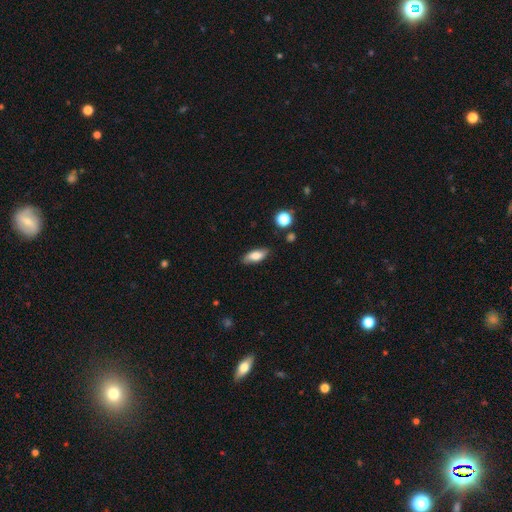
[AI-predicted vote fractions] smooth_or_featured: smooth (p=0.75) [alt: featured or disk p=0.17]
how_rounded: in between (p=0.79) [alt: cigar-shaped p=0.17]
merging: none (p=0.81) [alt: minor disturbance p=0.14]